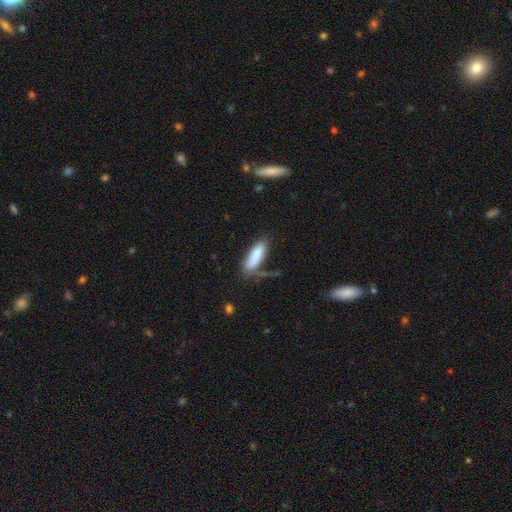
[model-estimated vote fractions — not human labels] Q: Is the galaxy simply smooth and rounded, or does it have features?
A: smooth — 83%.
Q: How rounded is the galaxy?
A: in between — 55%.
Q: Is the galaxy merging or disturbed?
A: none — 58%.